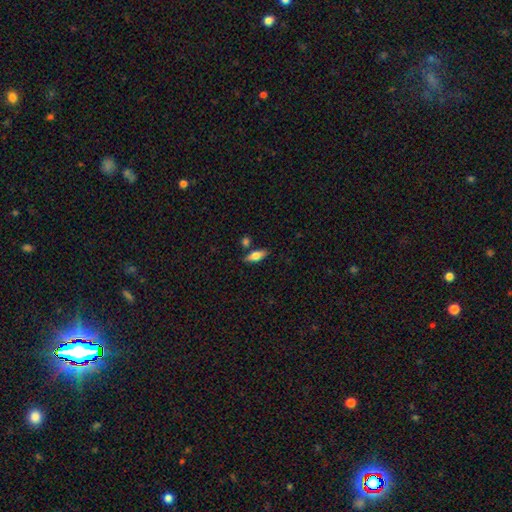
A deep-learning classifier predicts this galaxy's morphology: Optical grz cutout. It shows a smooth galaxy with no disk features (65%) that is in between round and cigar-shaped (66%). Merging: none (78%).